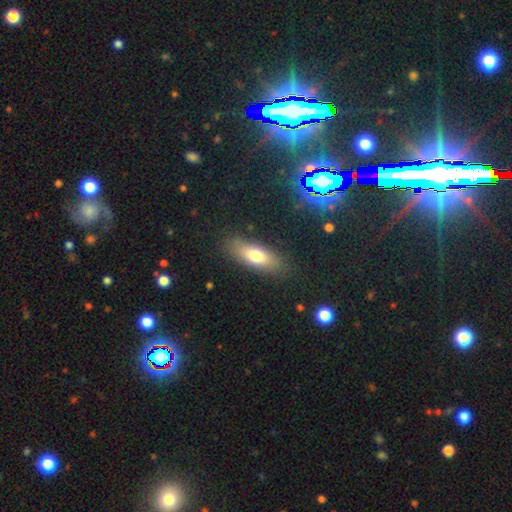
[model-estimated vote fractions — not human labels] Morphology: type=smooth (71%); roundness=in between (71%); merging=none (85%).